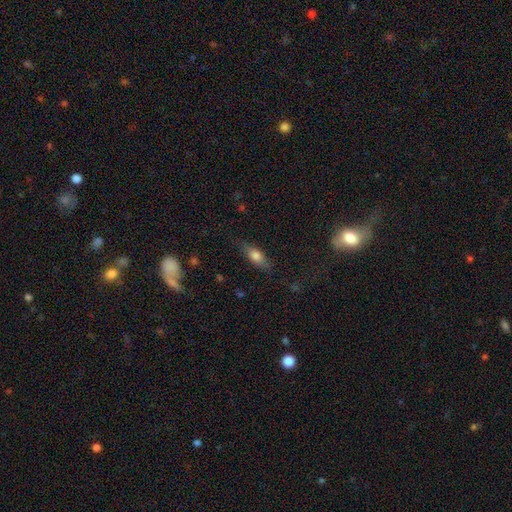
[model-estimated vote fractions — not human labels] A smooth galaxy with no disk features (70%) that is in between round and cigar-shaped (69%).

Vote fractions:
- Smooth or featured? smooth: 70% / featured or disk: 22% / star or artifact: 8%
- How rounded? in between: 69% / cigar-shaped: 27% / round: 4%
- Merging? none: 79% / minor disturbance: 16% / major disturbance: 4% / merger: 1%